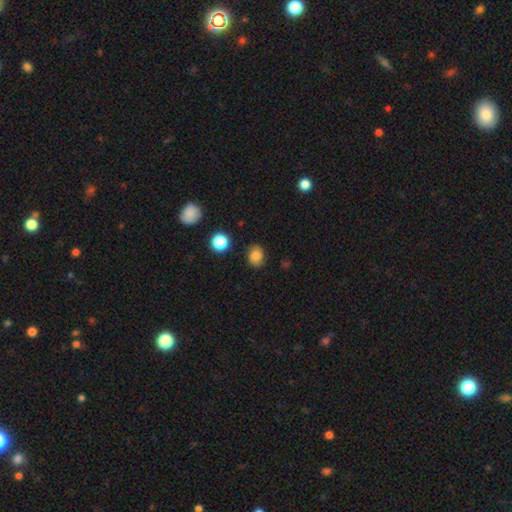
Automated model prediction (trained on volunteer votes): A smooth galaxy with no disk features (79%) that is in between round and cigar-shaped (53%). Merging: none (83%).